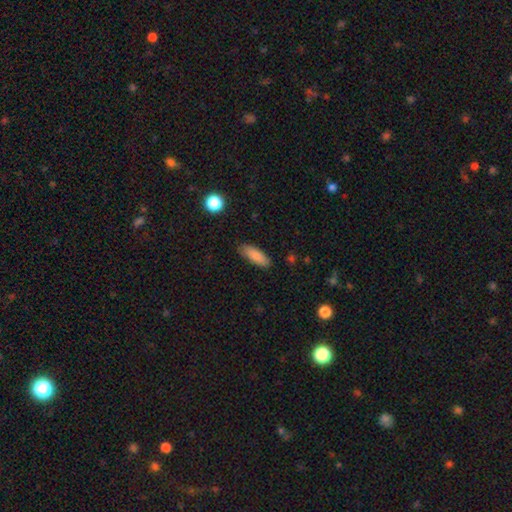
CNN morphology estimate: Overall: smooth (87%). How rounded: in between (65%; cigar-shaped 33%). Merging: none (83%).